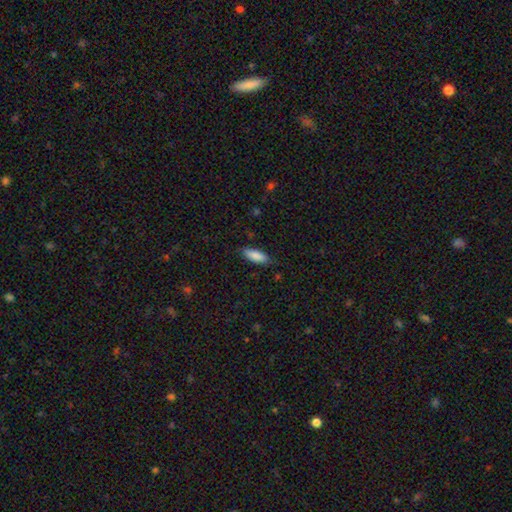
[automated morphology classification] A smooth galaxy with no disk features (86%) that is in between round and cigar-shaped (68%). Merging: none (81%).